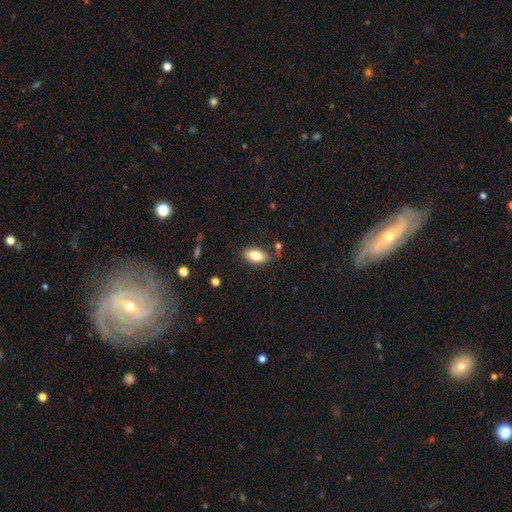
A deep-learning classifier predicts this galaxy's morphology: smooth-or-featured: smooth: 81% | featured or disk: 11% | star or artifact: 8%
  how-rounded: in between: 92% | round: 4% | cigar-shaped: 4%
  merging: none: 79% | minor disturbance: 13% | merger: 4% | major disturbance: 3%